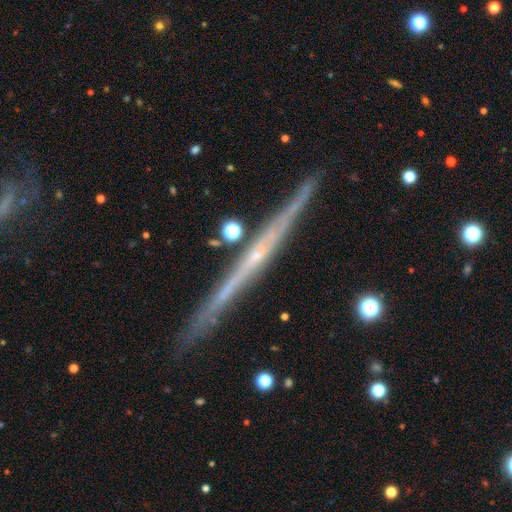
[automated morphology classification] featured or disk 77%, smooth 16%, star or artifact 7%. Down the decision tree: edge-on disk — yes (98%); edge-on bulge — none (66%); merging — none (89%).